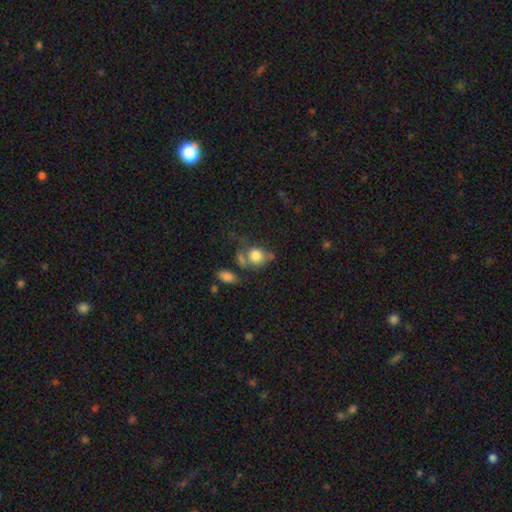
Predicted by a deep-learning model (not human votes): Morphology: type=smooth (78%); roundness=round (61%); merging=none (41%).